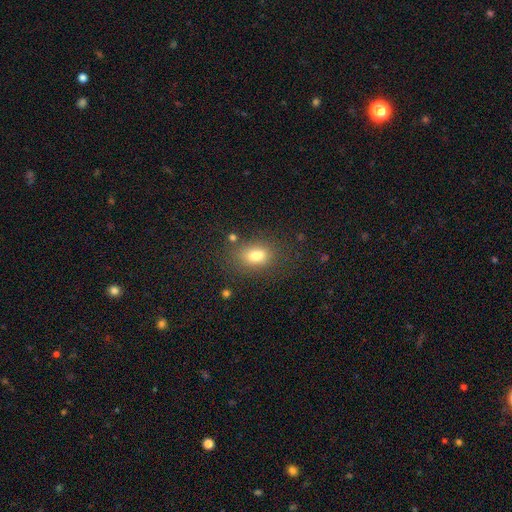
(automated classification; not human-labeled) Smooth or featured? smooth (74%)
How rounded? in between (73%)
Merging? none (60%)